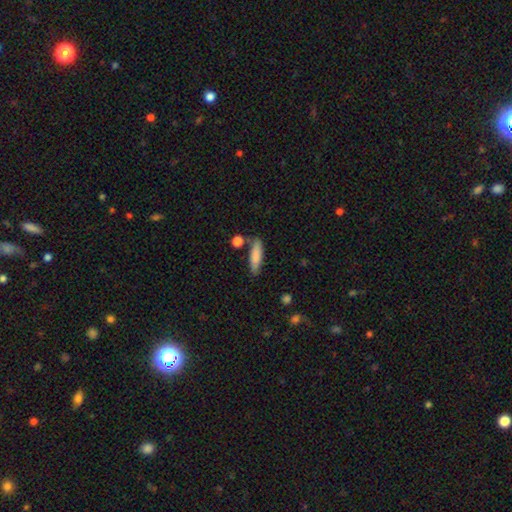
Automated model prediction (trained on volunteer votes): Overall: smooth (82%). How rounded: cigar-shaped (58%; in between 40%). Merging: none (77%).